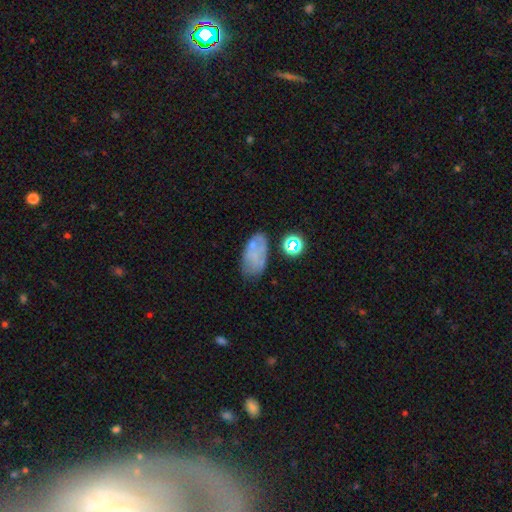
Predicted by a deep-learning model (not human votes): Smooth or featured?
  - smooth: 62% *
  - featured or disk: 25%
  - star or artifact: 13%
How rounded?
  - in between: 91% *
  - round: 7%
  - cigar-shaped: 3%
Merging?
  - none: 52% *
  - minor disturbance: 26%
  - major disturbance: 12%
  - merger: 10%